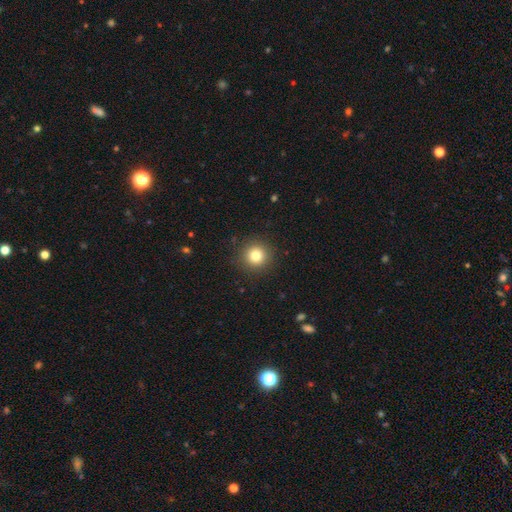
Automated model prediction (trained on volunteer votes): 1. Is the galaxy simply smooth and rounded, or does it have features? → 81% smooth, 12% star or artifact, 7% featured or disk.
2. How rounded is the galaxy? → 95% round, 4% in between, 1% cigar-shaped.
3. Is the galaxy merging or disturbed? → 91% none, 6% minor disturbance, 2% major disturbance, 1% merger.